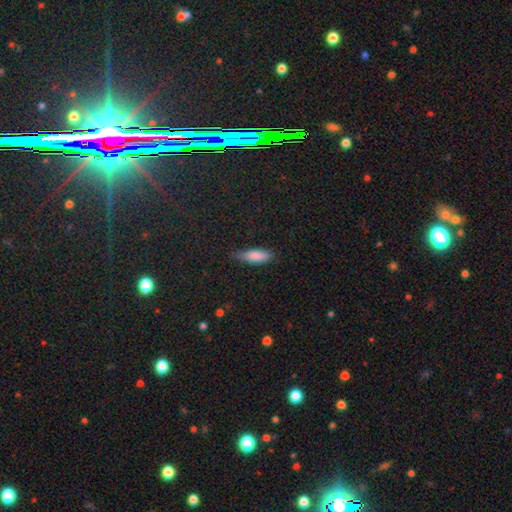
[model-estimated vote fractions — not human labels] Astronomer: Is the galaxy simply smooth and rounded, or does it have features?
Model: smooth — 83%.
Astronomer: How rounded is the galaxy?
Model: in between — 57% (runner-up: cigar-shaped, 41%).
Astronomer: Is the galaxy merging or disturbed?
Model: none — 73%.